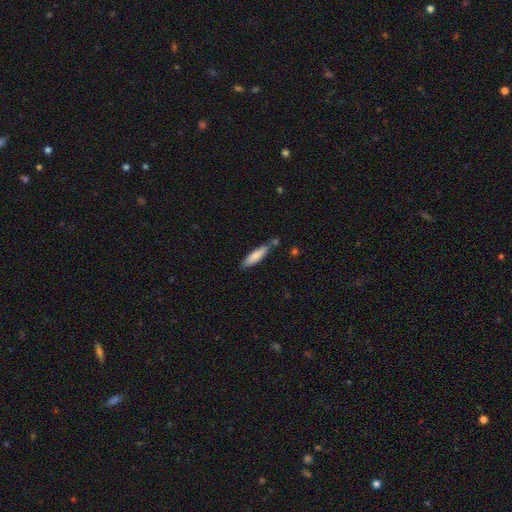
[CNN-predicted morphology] smooth-or-featured: smooth: 81% | featured or disk: 13% | star or artifact: 6%
  how-rounded: cigar-shaped: 74% | in between: 25% | round: 1%
  merging: none: 68% | minor disturbance: 19% | merger: 9% | major disturbance: 4%